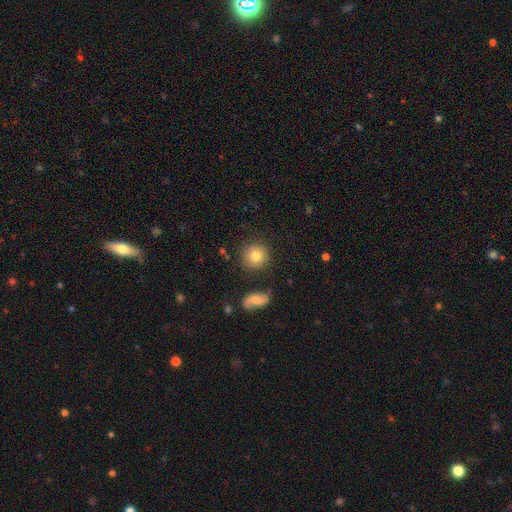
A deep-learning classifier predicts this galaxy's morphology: Smooth or featured: smooth — 79% (featured or disk — 12%)
How rounded: round — 92% (in between — 7%)
Merging: none — 85% (minor disturbance — 9%)